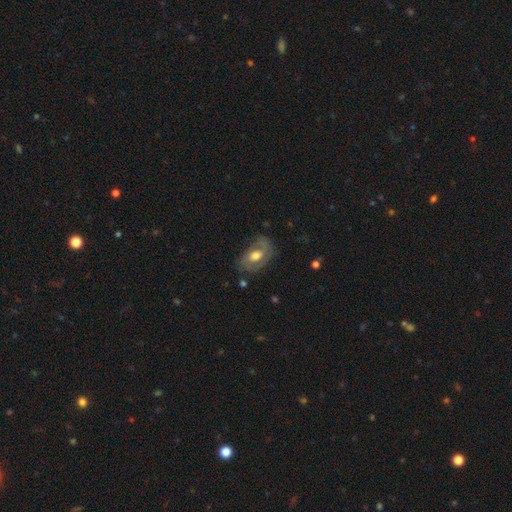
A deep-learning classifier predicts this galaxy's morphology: type=featured or disk (64%); edge-on=no (94%); bar=no (51%); spiral arms=yes (79%); bulge=moderate (68%); merging=none (63%).